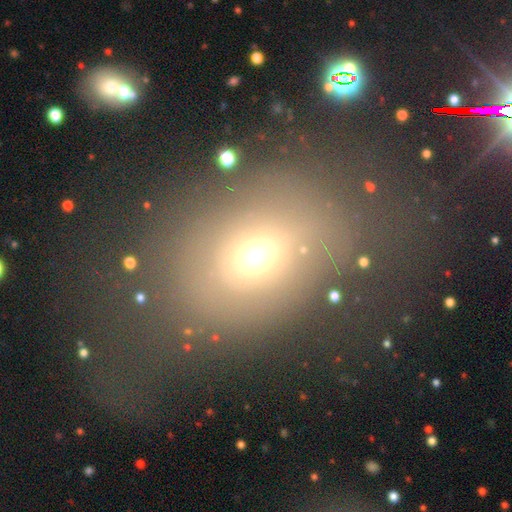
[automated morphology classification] smooth_or_featured: smooth (p=0.62) [alt: star or artifact p=0.21]
how_rounded: in between (p=0.51) [alt: round p=0.47]
merging: none (p=0.57) [alt: major disturbance p=0.20]